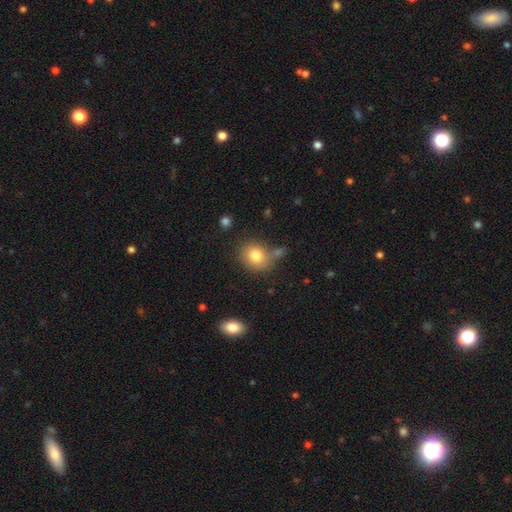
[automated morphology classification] A smooth galaxy with no disk features (80%) that is round (67%). Merging: none (66%).